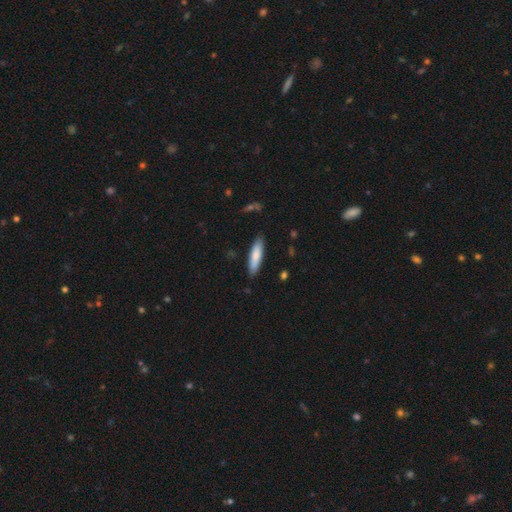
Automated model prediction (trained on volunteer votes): Morphology: type=smooth (80%); roundness=cigar-shaped (70%); merging=none (86%).